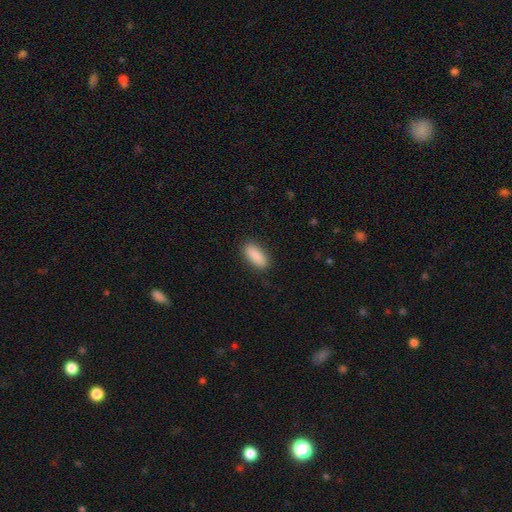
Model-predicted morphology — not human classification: smooth_or_featured: smooth (p=0.90) [alt: star or artifact p=0.06]
how_rounded: in between (p=0.76) [alt: cigar-shaped p=0.22]
merging: none (p=0.89) [alt: minor disturbance p=0.08]